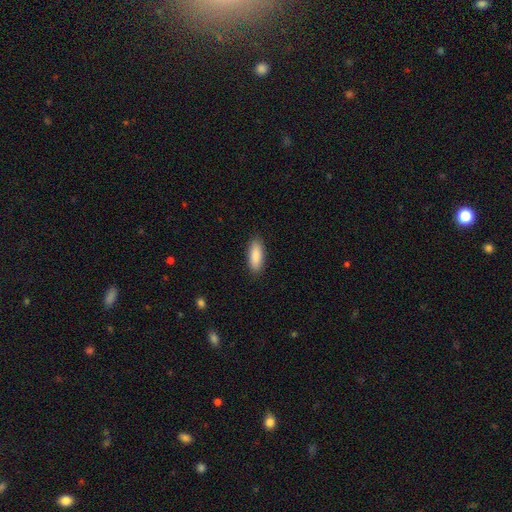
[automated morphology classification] smooth 89%, star or artifact 6%, featured or disk 6%. Down the decision tree: how rounded — in between (72%); merging — none (89%).